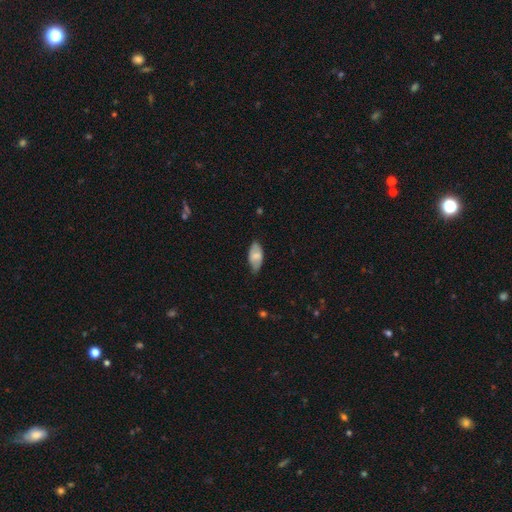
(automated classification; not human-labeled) This is likely a smooth galaxy (70%). How rounded: clearly in between (92%). Merging: likely none (66%).